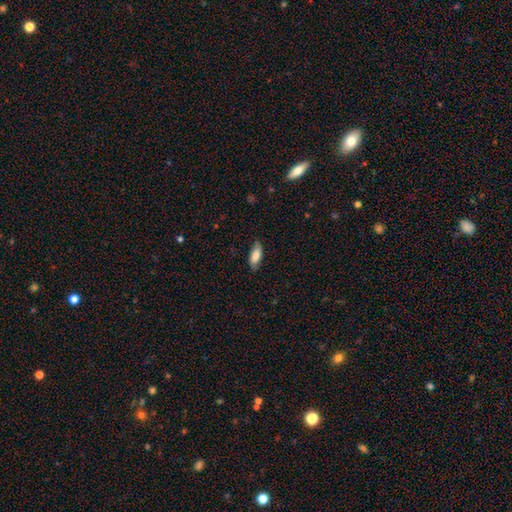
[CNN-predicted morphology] Smooth or featured? smooth (80%)
How rounded? in between (78%)
Merging? none (79%)